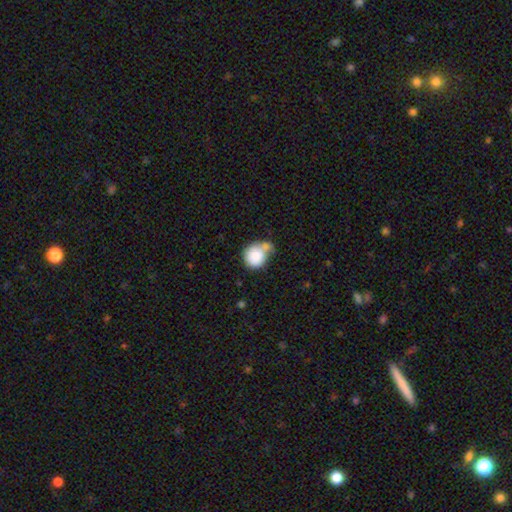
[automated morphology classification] Smooth or featured? smooth (84%)
How rounded? round (83%)
Merging? none (38%)